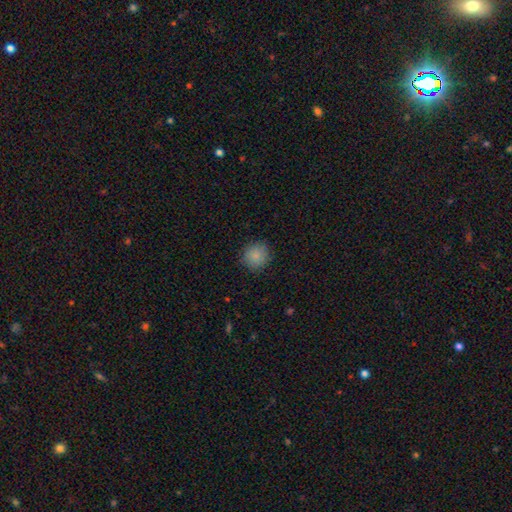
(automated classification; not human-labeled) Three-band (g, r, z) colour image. It shows a smooth galaxy with no disk features (86%) that is round (92%). Merging: none (87%).